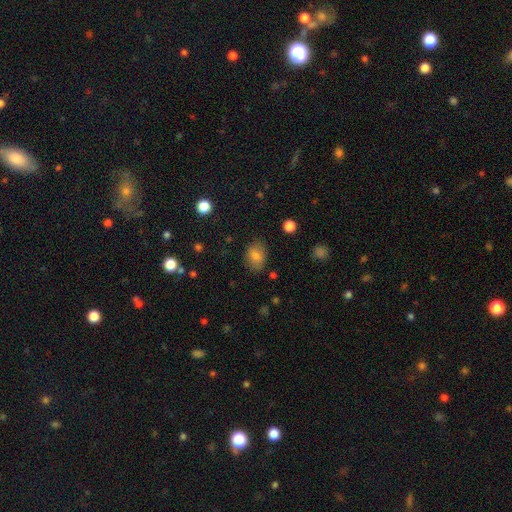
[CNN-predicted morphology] A smooth galaxy with no disk features (79%) that is in between round and cigar-shaped (74%).

Vote fractions:
- Smooth or featured? smooth: 79% / featured or disk: 10% / star or artifact: 10%
- How rounded? in between: 74% / round: 24% / cigar-shaped: 1%
- Merging? none: 82% / minor disturbance: 13% / major disturbance: 4% / merger: 1%